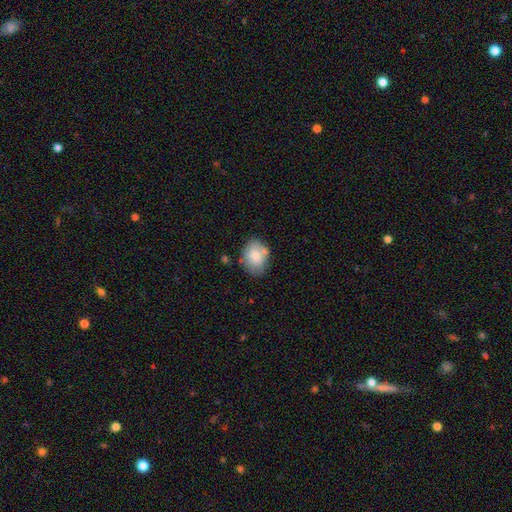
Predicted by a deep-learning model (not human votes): Smooth or featured: smooth — 79% (featured or disk — 14%)
How rounded: in between — 65% (round — 34%)
Merging: none — 64% (minor disturbance — 21%)